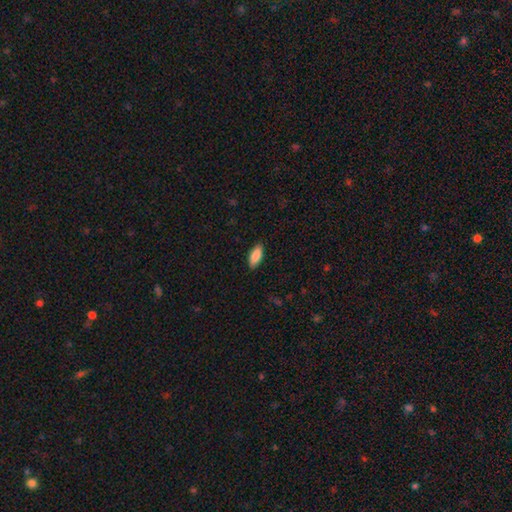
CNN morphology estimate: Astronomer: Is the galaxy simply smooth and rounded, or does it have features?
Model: smooth — 88%.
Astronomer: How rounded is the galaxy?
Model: in between — 84%.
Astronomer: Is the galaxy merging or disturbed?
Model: none — 88%.